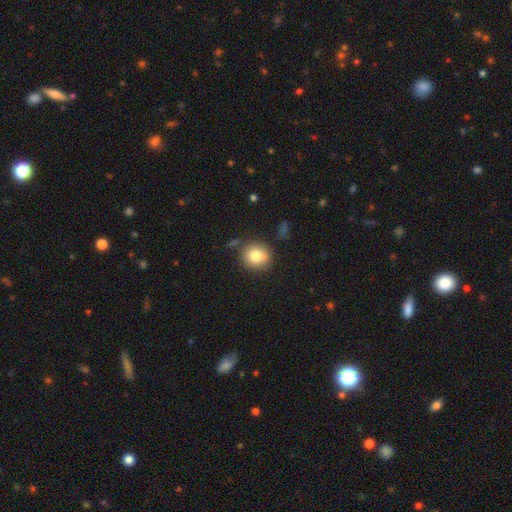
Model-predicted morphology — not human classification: This is clearly a smooth galaxy (80%). How rounded: clearly round (89%). Merging: likely none (79%).